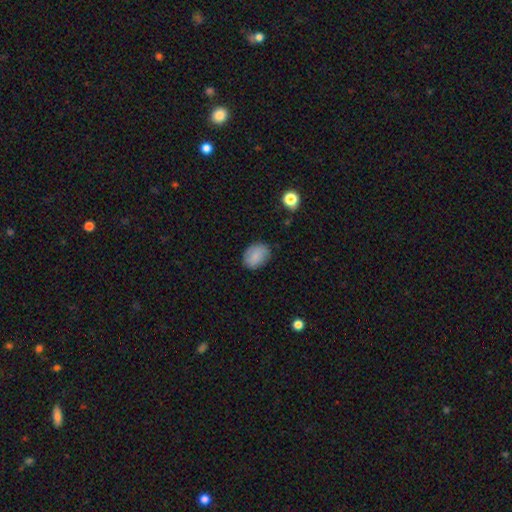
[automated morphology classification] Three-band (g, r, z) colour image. It shows a smooth galaxy with no disk features (84%) that is in between round and cigar-shaped (70%). Merging: none (79%).